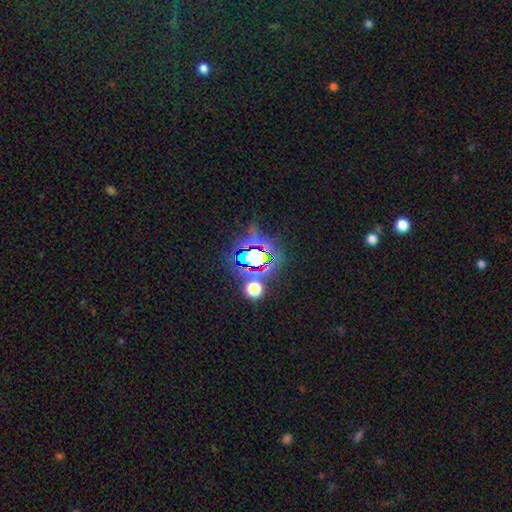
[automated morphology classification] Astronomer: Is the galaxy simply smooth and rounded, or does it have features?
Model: star or artifact — 67%.